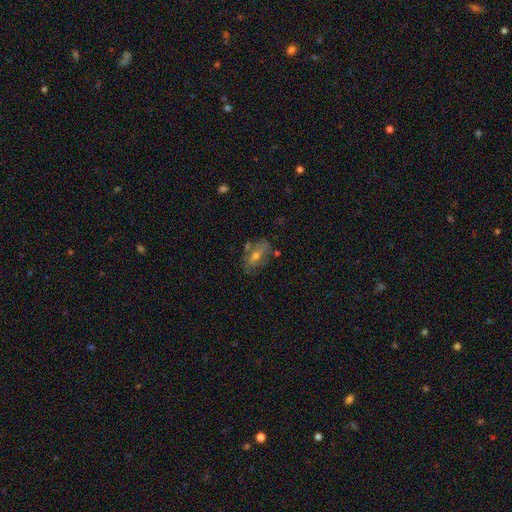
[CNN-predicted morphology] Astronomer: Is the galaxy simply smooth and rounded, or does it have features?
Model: smooth — 44%, tied with featured or disk at 44%.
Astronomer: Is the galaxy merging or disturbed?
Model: none — 68%.